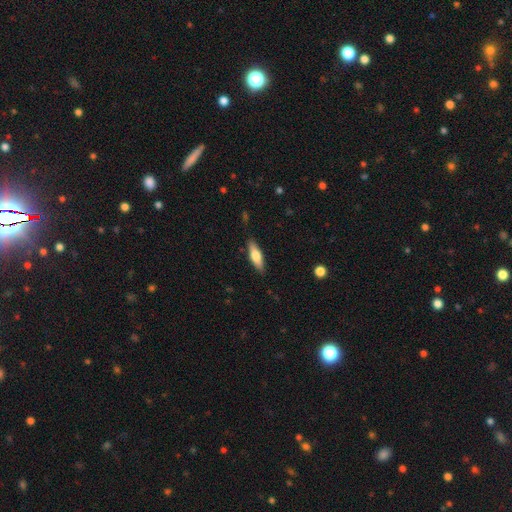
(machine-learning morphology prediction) smooth_or_featured: smooth (p=0.63) [alt: featured or disk p=0.31]
how_rounded: cigar-shaped (p=0.49) [alt: in between p=0.48]
merging: none (p=0.85) [alt: minor disturbance p=0.11]